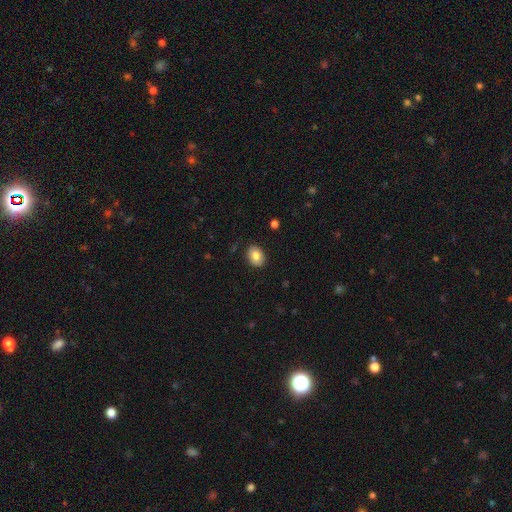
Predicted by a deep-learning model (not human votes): A smooth galaxy with no disk features (84%) that is in between round and cigar-shaped (75%). Merging: none (87%).